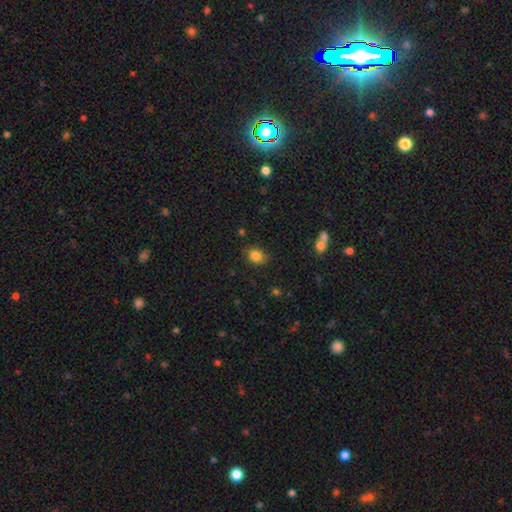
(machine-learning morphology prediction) type=smooth (84%); roundness=round (50%); merging=none (79%).